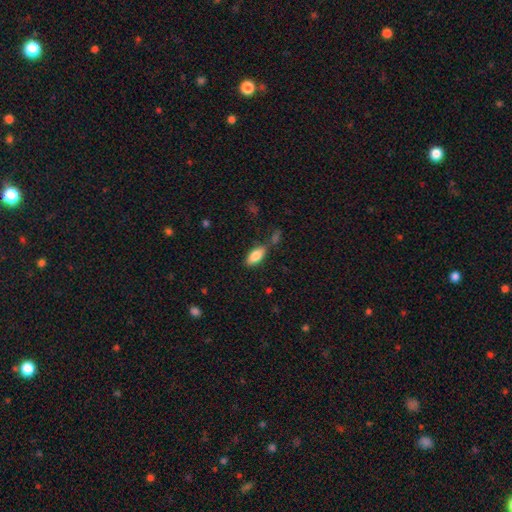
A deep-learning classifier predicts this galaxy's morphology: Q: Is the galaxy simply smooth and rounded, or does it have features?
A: smooth — 84%.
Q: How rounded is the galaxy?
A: in between — 87%.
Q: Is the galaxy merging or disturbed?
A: none — 72%.